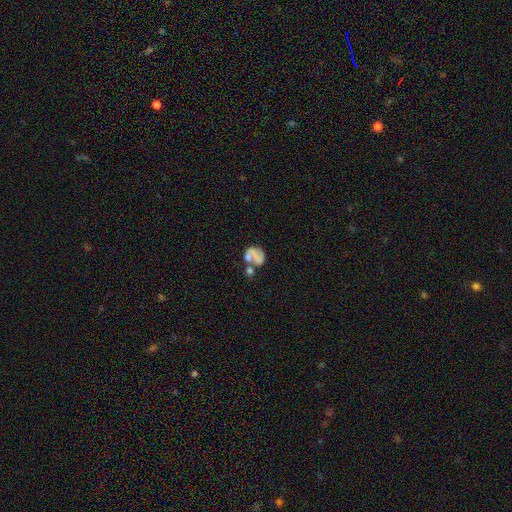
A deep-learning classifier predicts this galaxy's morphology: Smooth or featured? Predicted: smooth (p=0.50). How rounded? Predicted: in between (p=0.53). Merging? Predicted: merger (p=0.42).